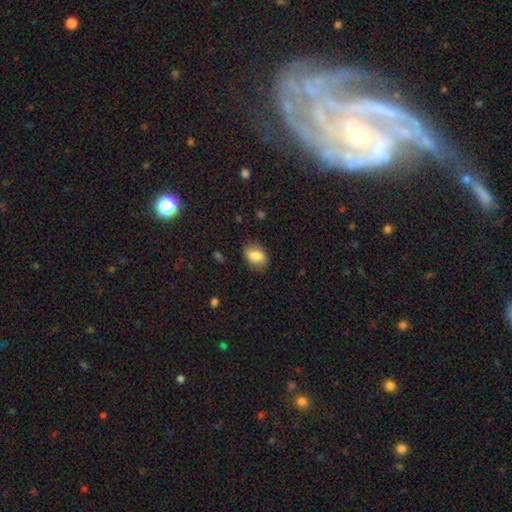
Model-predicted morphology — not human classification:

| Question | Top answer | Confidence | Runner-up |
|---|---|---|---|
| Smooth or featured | smooth | 81% | featured or disk (11%) |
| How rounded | in between | 82% | round (16%) |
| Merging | none | 80% | minor disturbance (15%) |